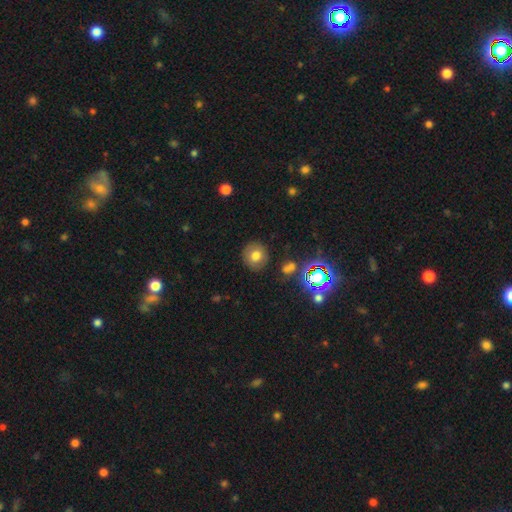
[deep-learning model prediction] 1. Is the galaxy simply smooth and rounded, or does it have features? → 73% smooth, 14% star or artifact, 13% featured or disk.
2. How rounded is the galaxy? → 88% round, 11% in between, 1% cigar-shaped.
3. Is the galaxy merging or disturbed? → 85% none, 9% minor disturbance, 3% major disturbance, 2% merger.